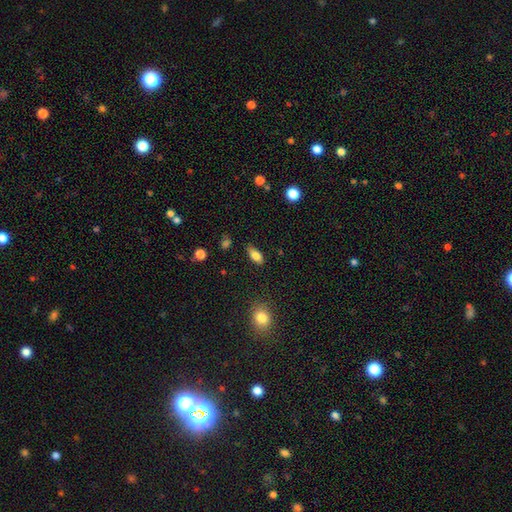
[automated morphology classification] type=smooth (76%); roundness=in between (82%); merging=none (79%).